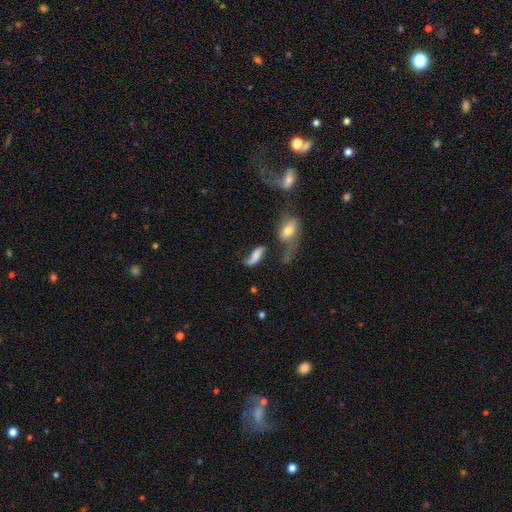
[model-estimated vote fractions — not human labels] Overall: smooth (48%; featured or disk 42%). Merging: none (37%; merger 21%).